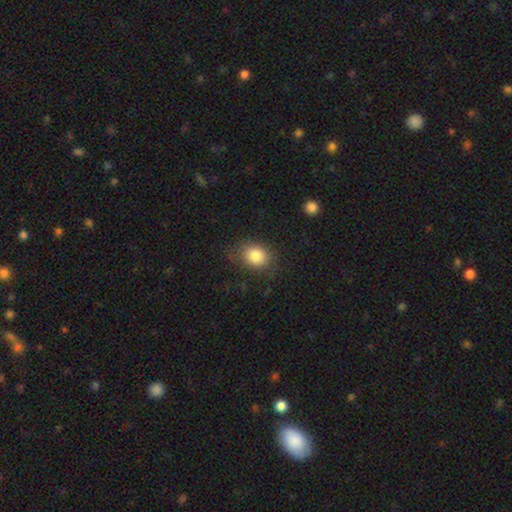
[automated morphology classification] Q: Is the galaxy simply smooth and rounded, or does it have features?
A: smooth — 83%.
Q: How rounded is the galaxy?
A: in between — 54%.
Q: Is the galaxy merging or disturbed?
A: none — 77%.